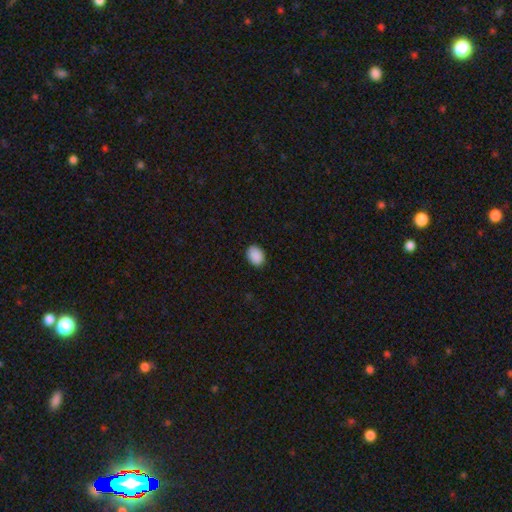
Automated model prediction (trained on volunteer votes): smooth 90%, star or artifact 8%, featured or disk 2%. Down the decision tree: how rounded — in between (69%); merging — none (88%).